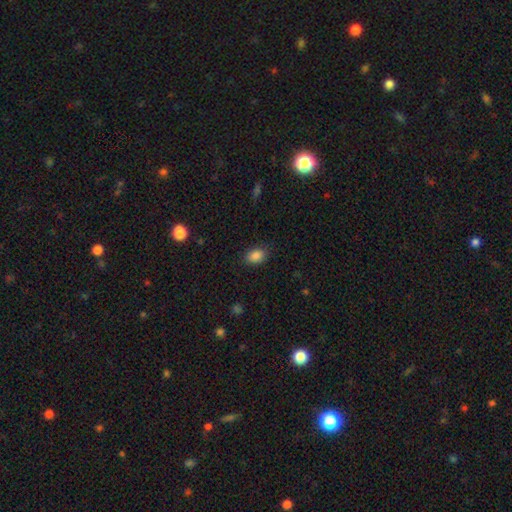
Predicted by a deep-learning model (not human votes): Smooth or featured? Predicted: smooth (p=0.87). How rounded? Predicted: in between (p=0.83). Merging? Predicted: none (p=0.85).